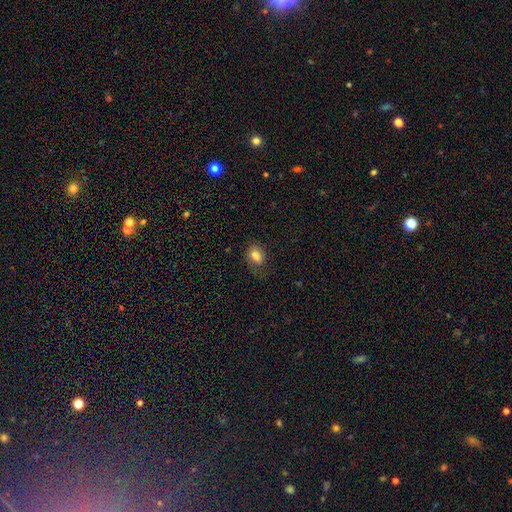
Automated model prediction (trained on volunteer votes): Smooth or featured?
  - smooth: 81% *
  - star or artifact: 10%
  - featured or disk: 9%
How rounded?
  - in between: 80% *
  - round: 19%
  - cigar-shaped: 2%
Merging?
  - none: 65% *
  - minor disturbance: 23%
  - major disturbance: 10%
  - merger: 2%